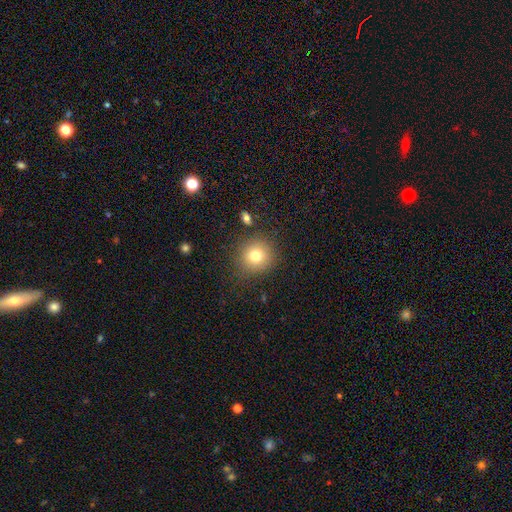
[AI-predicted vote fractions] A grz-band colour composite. It shows a smooth galaxy with no disk features (76%) that is round (91%). Merging: none (85%).